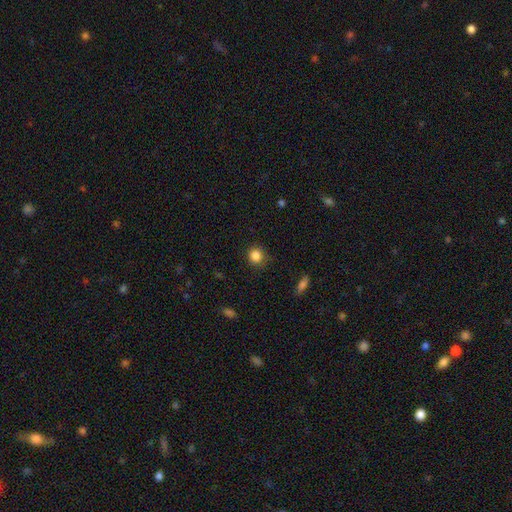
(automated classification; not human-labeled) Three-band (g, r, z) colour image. It shows a smooth galaxy with no disk features (85%) that is round (89%). Merging: none (85%).